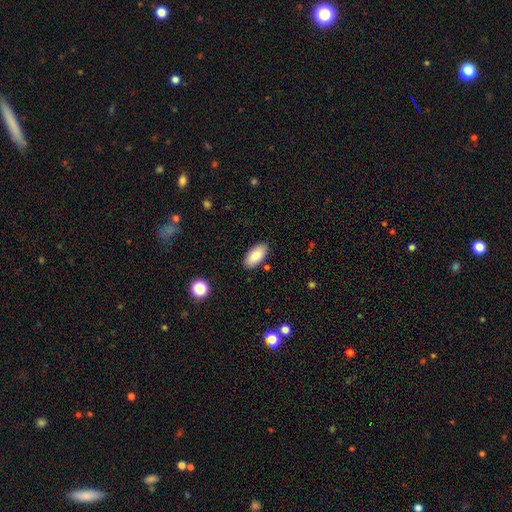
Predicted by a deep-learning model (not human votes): This is clearly a smooth galaxy (88%). How rounded: clearly in between (93%). Merging: clearly none (87%).